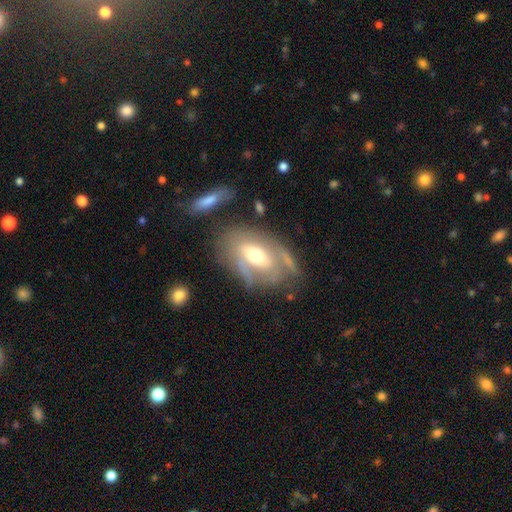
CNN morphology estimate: type=featured or disk (57%); edge-on=no (88%); merging=none (51%).